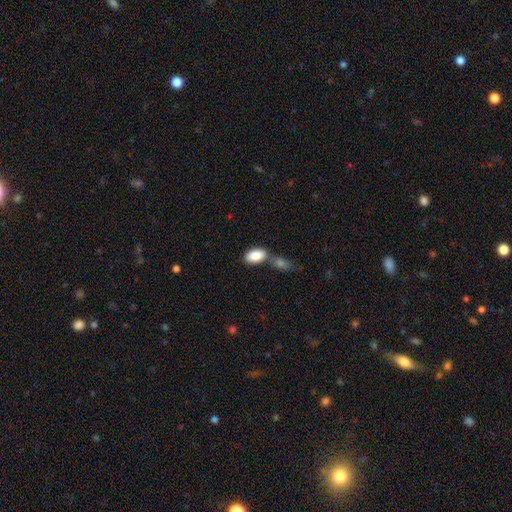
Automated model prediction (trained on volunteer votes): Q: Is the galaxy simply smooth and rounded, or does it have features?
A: smooth — 87%.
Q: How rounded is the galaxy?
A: in between — 93%.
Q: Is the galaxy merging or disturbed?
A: none — 50%.